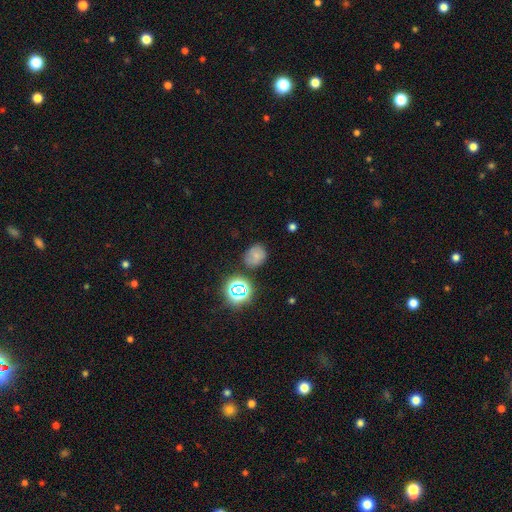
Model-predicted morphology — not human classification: This appears to be a smooth galaxy with no disk features (62%) that is round (64%). Merging: none (73%).